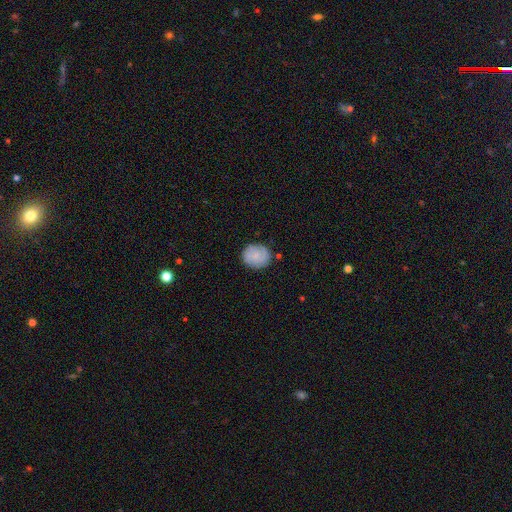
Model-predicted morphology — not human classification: Smooth or featured?
  - smooth: 67% *
  - featured or disk: 26%
  - star or artifact: 7%
How rounded?
  - round: 79% *
  - in between: 20%
  - cigar-shaped: 1%
Merging?
  - none: 81% *
  - minor disturbance: 14%
  - major disturbance: 3%
  - merger: 2%